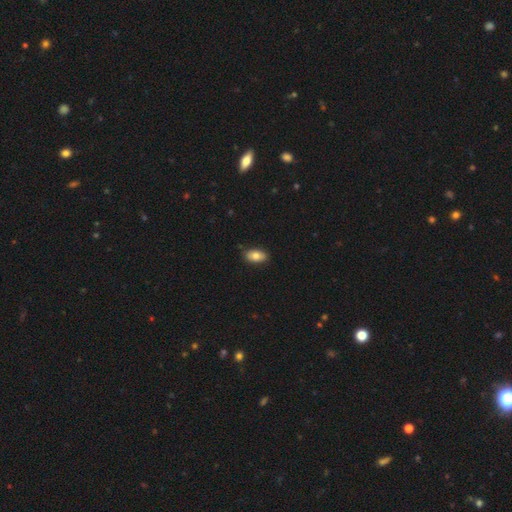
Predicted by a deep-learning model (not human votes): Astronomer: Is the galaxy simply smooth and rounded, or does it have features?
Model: smooth — 80%.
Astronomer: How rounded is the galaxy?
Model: in between — 92%.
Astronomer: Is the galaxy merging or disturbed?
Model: none — 85%.